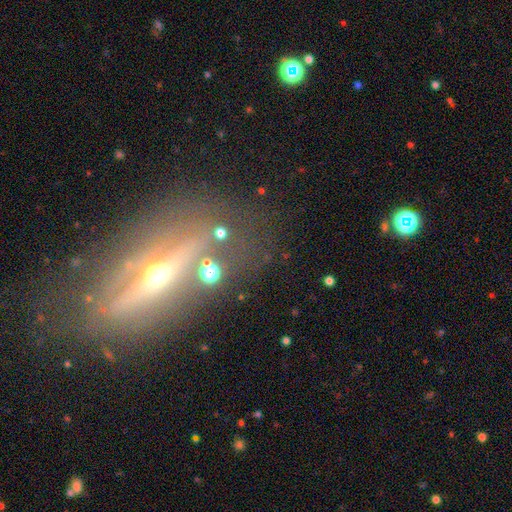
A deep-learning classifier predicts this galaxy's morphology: This is possibly a featured or disk galaxy (56%). It is likely viewed edge-on (71%). Merging: likely none (71%).